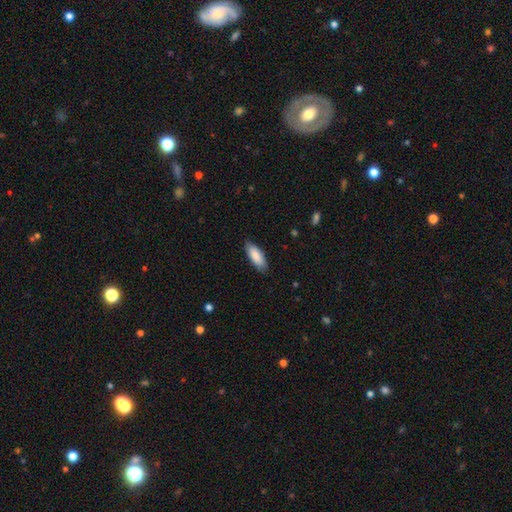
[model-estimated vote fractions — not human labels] smooth-or-featured: smooth: 87% | featured or disk: 8% | star or artifact: 5%
  how-rounded: in between: 74% | cigar-shaped: 25% | round: 1%
  merging: none: 86% | minor disturbance: 11% | major disturbance: 2% | merger: 1%